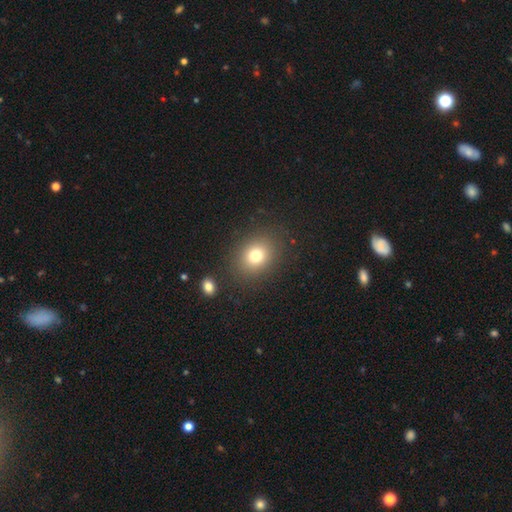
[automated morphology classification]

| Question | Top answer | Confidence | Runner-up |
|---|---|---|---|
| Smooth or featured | smooth | 76% | star or artifact (14%) |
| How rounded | round | 58% | in between (41%) |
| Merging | none | 85% | minor disturbance (8%) |